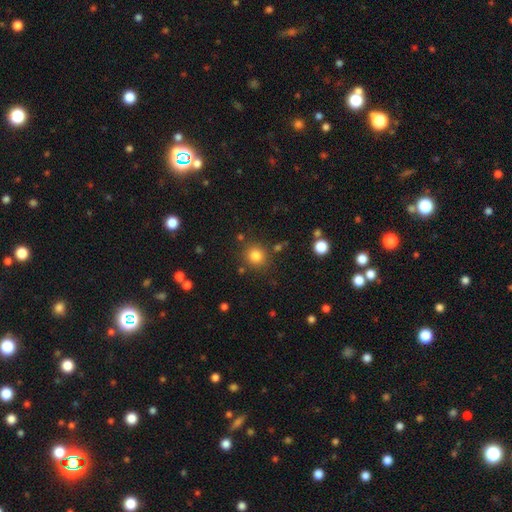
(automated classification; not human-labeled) smooth-or-featured: smooth: 81% | star or artifact: 13% | featured or disk: 6%
  how-rounded: round: 90% | in between: 9% | cigar-shaped: 1%
  merging: none: 84% | minor disturbance: 8% | merger: 4% | major disturbance: 3%